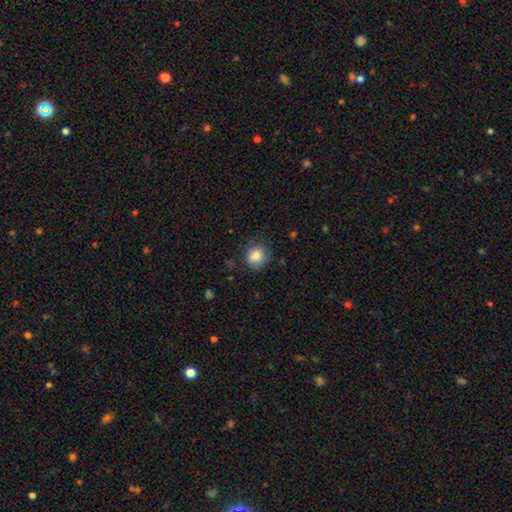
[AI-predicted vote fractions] Smooth or featured: smooth — 85% (star or artifact — 9%)
How rounded: round — 83% (in between — 17%)
Merging: none — 81% (minor disturbance — 14%)